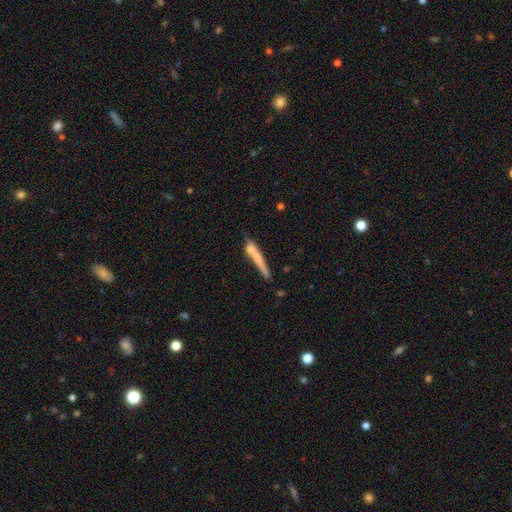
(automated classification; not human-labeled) Overall: smooth (58%; featured or disk 34%). How rounded: cigar-shaped (93%). Merging: none (56%; minor disturbance 20%).